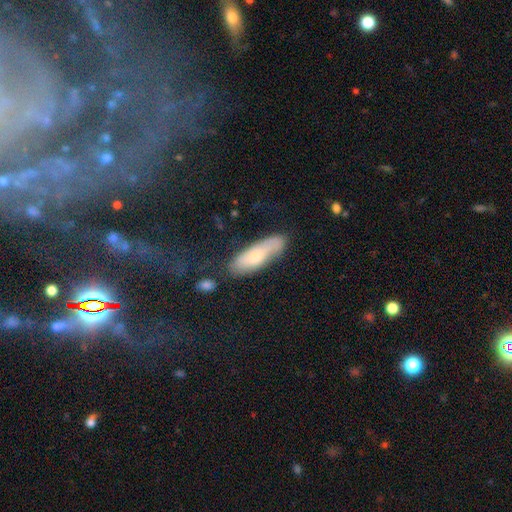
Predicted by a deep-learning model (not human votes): This appears to be a smooth galaxy with no disk features (66%) that is in between round and cigar-shaped (53%). Merging: none (65%).